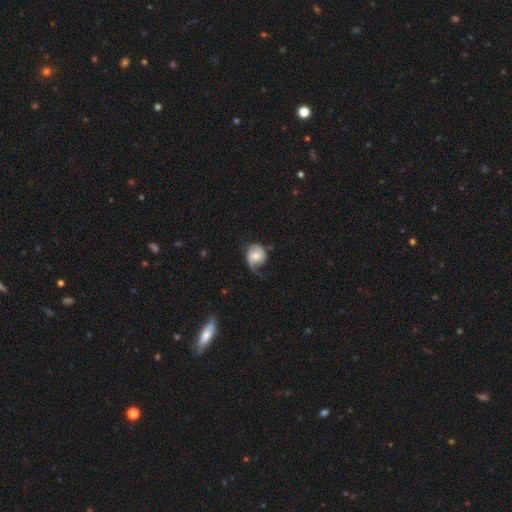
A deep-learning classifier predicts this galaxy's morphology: smooth_or_featured: featured or disk (p=0.49) [alt: smooth p=0.45]
merging: none (p=0.36) [alt: minor disturbance p=0.32]